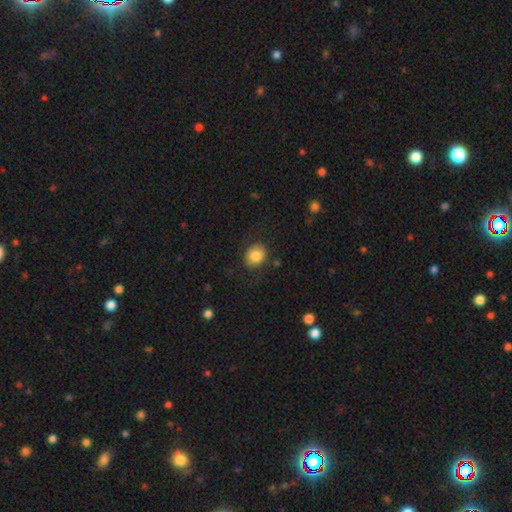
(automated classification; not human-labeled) A smooth galaxy with no disk features (83%) that is round (69%). Merging: none (83%).